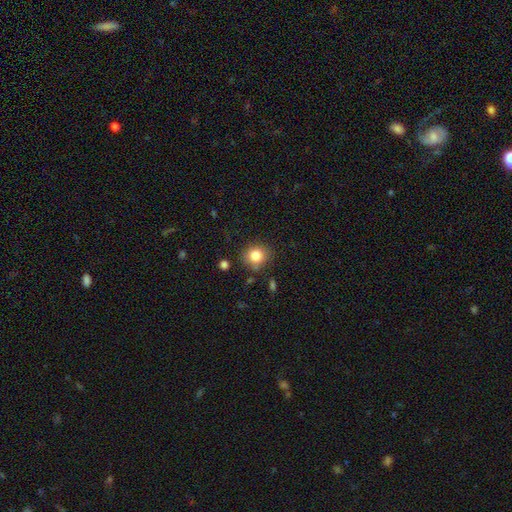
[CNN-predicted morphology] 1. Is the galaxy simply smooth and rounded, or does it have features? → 82% smooth, 11% star or artifact, 7% featured or disk.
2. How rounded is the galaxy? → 84% round, 15% in between, 1% cigar-shaped.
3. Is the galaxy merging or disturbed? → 83% none, 11% minor disturbance, 3% major disturbance, 3% merger.